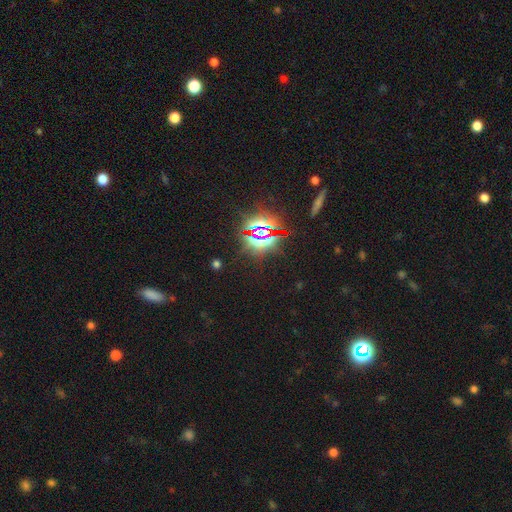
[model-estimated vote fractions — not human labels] The model was most divided on "smooth or featured": star or artifact: 81%, smooth: 11%, featured or disk: 8%.